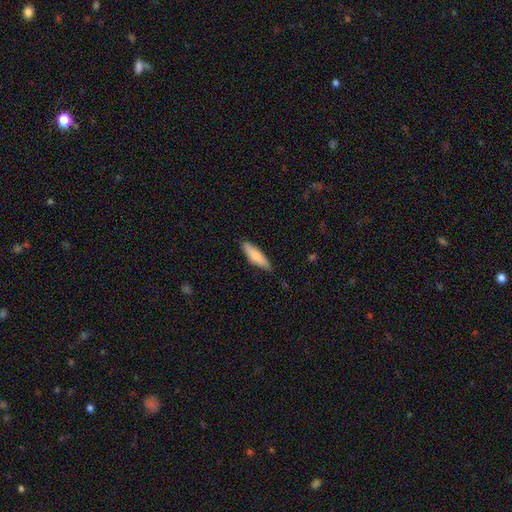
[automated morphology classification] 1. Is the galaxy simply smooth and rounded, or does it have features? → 78% smooth, 17% featured or disk, 6% star or artifact.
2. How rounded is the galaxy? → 61% cigar-shaped, 38% in between, 2% round.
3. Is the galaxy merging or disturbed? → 78% none, 18% minor disturbance, 2% major disturbance, 1% merger.